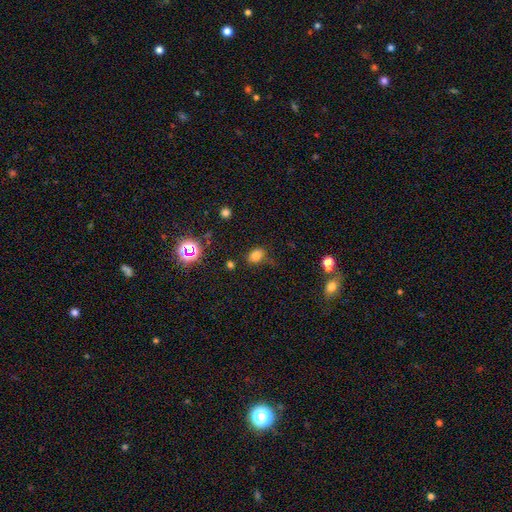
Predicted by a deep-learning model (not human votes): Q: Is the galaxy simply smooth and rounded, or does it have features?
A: smooth — 76%.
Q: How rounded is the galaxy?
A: in between — 64%.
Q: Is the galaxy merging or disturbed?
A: none — 70%.